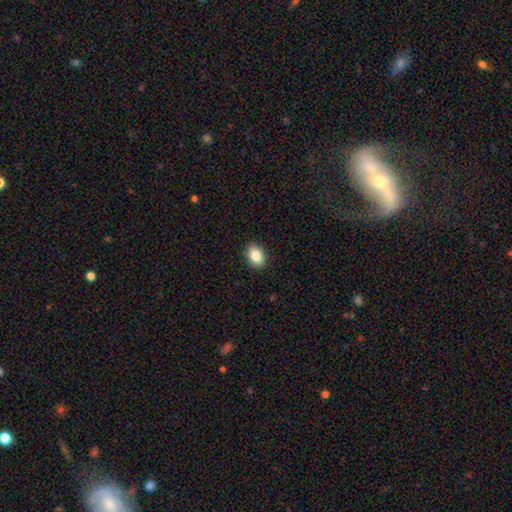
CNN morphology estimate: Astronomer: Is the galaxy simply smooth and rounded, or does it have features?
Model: smooth — 86%.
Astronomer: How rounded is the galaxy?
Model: in between — 81%.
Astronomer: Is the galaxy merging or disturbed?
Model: none — 90%.